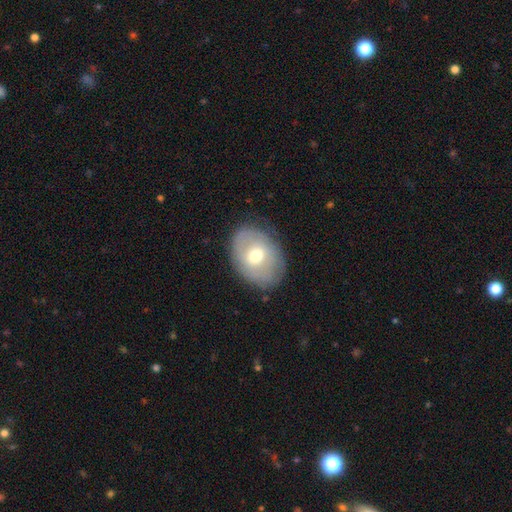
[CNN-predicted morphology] type=smooth (56%); roundness=in between (72%); merging=none (78%).